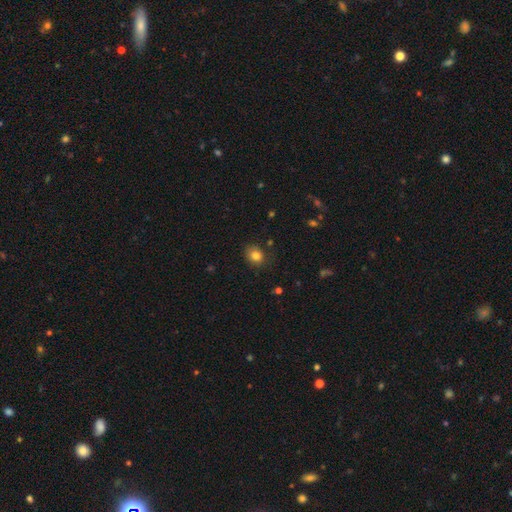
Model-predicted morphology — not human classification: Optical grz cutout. It shows a smooth galaxy with no disk features (82%) that is round (62%). Merging: none (78%).